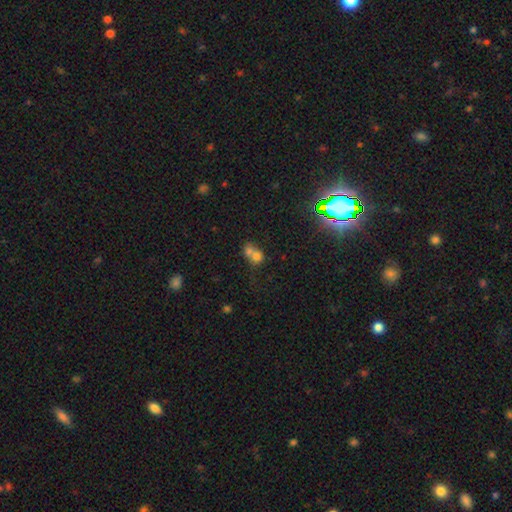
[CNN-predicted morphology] type=smooth (67%); roundness=round (68%); merging=merger (69%).